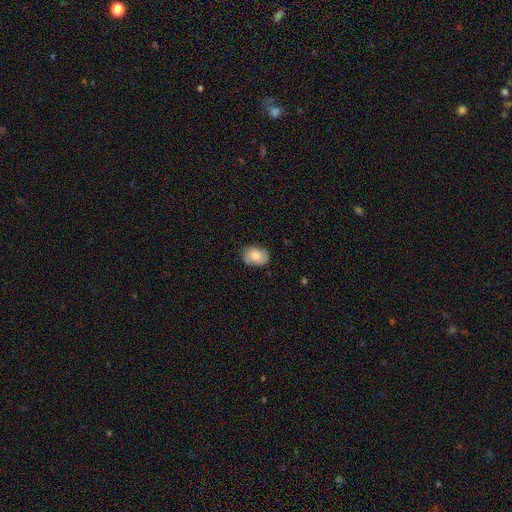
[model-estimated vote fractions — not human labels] smooth 70%, featured or disk 22%, star or artifact 8%. Down the decision tree: how rounded — in between (74%); merging — none (74%).